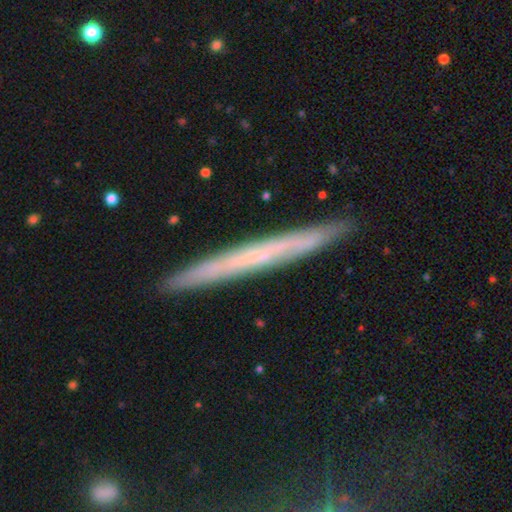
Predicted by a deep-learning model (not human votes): This is possibly a featured or disk galaxy (57%). It is clearly viewed edge-on (94%). Edge-on bulge: clearly none (87%). Merging: clearly none (90%).